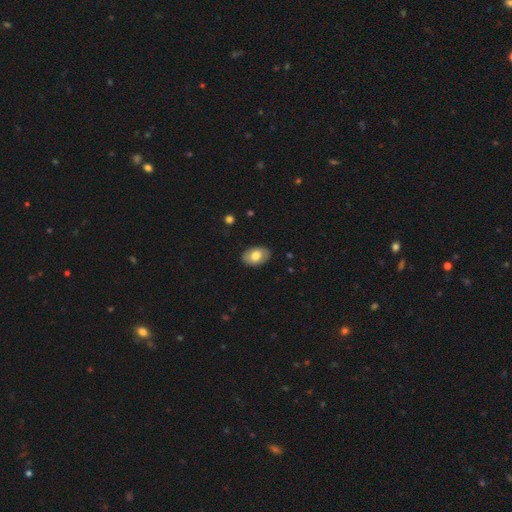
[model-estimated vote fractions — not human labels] A smooth galaxy with no disk features (73%) that is in between round and cigar-shaped (87%). Merging: none (86%).